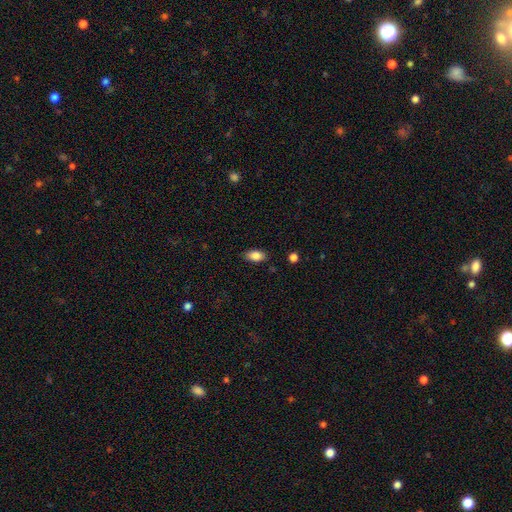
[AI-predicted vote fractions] Smooth or featured: smooth — 85% (star or artifact — 8%)
How rounded: in between — 91% (round — 5%)
Merging: none — 85% (minor disturbance — 11%)